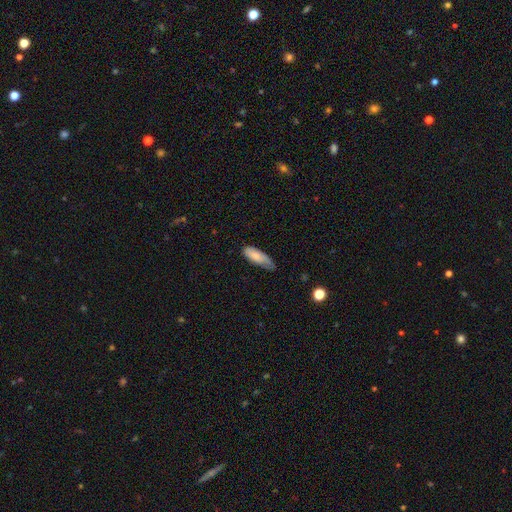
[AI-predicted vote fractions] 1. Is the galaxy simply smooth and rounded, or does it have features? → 78% smooth, 16% featured or disk, 6% star or artifact.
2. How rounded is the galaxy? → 67% in between, 32% cigar-shaped, 2% round.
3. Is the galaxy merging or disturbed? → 45% none, 42% minor disturbance, 11% major disturbance, 2% merger.